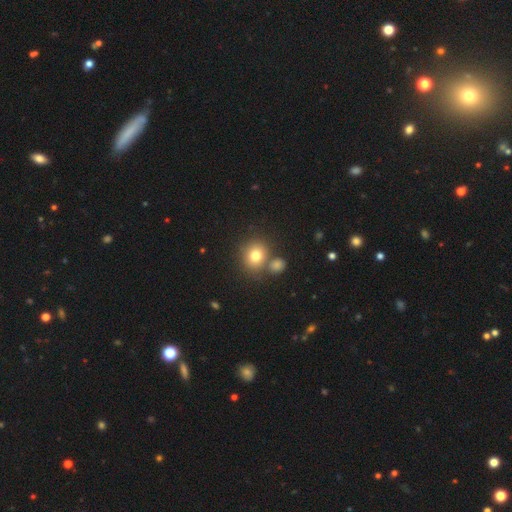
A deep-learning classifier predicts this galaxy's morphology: Smooth or featured: smooth — 78% (star or artifact — 12%)
How rounded: round — 77% (in between — 22%)
Merging: none — 65% (merger — 22%)